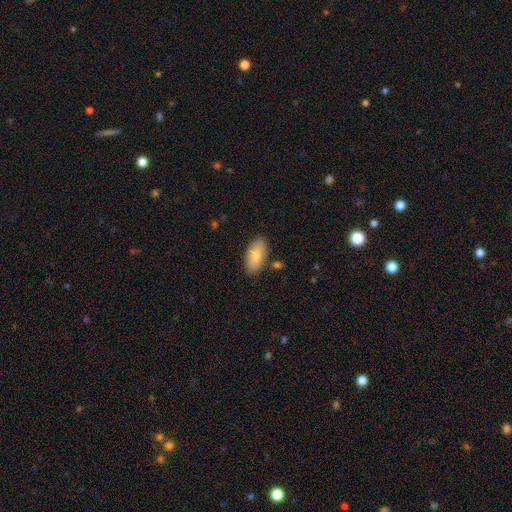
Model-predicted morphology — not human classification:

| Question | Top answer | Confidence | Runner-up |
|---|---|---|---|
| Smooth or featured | smooth | 80% | featured or disk (14%) |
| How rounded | in between | 92% | cigar-shaped (5%) |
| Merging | none | 82% | minor disturbance (12%) |